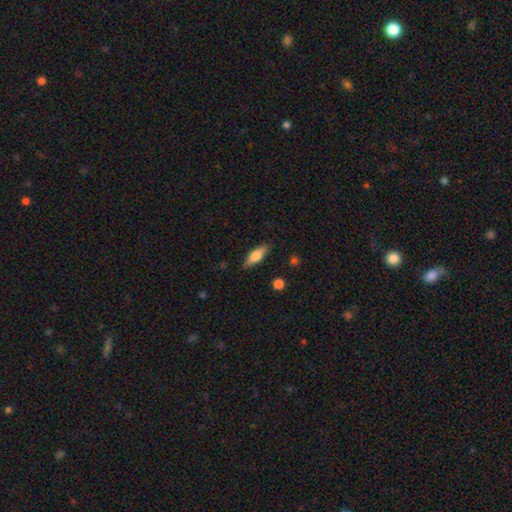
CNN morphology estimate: Overall: smooth (63%; featured or disk 31%). How rounded: in between (52%; cigar-shaped 45%). Merging: none (84%).